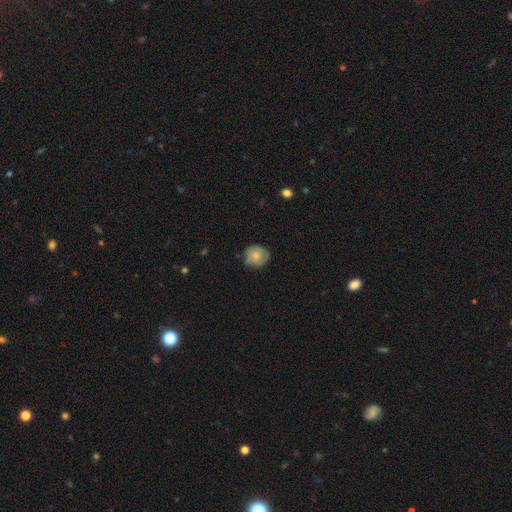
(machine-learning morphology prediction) Q: Smooth or featured?
A: smooth (68%); runner-up: featured or disk (24%)
Q: How rounded?
A: round (82%); runner-up: in between (17%)
Q: Merging?
A: none (70%); runner-up: minor disturbance (24%)